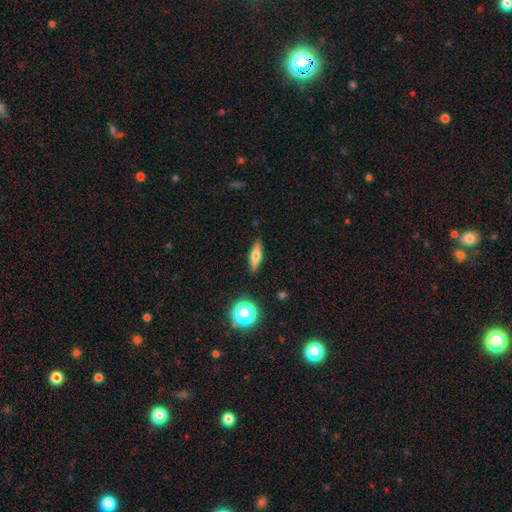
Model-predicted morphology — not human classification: This appears to be a smooth galaxy with no disk features (58%) that is cigar-shaped (56%). Merging: none (87%).